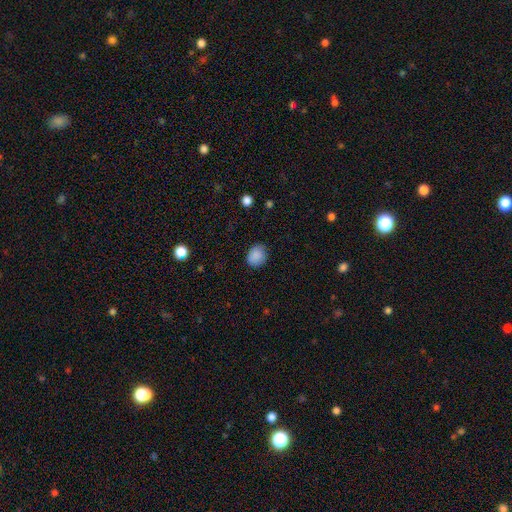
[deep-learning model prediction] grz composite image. It shows a smooth galaxy with no disk features (88%) that is round (65%). Merging: none (80%).